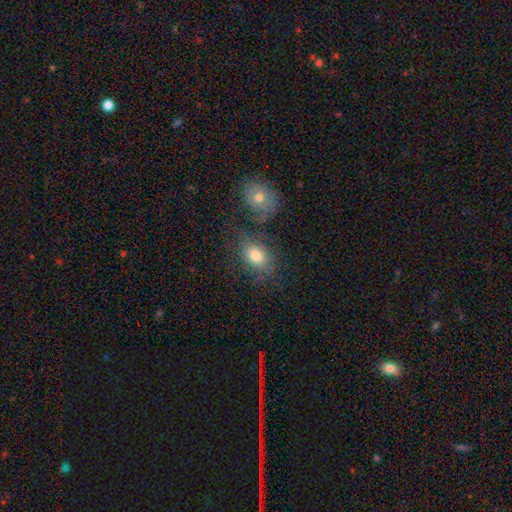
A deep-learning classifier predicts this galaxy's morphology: Overall: smooth (75%). How rounded: in between (75%). Merging: none (59%).